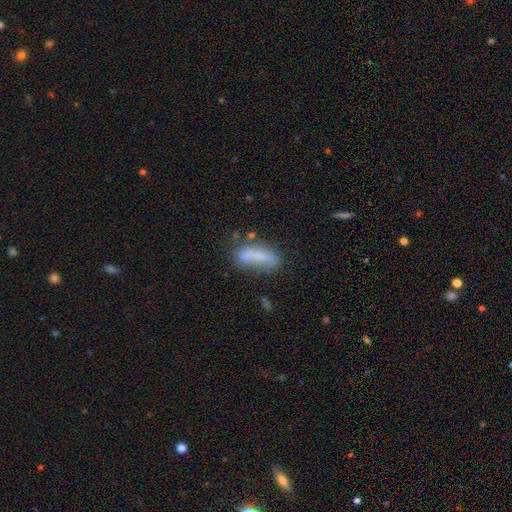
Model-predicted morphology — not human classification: A smooth galaxy with no disk features (66%) that is in between round and cigar-shaped (63%). Merging: none (47%).